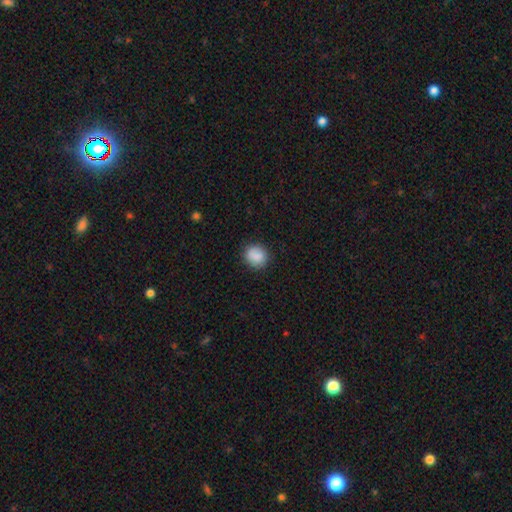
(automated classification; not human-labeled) smooth 88%, star or artifact 8%, featured or disk 4%. Down the decision tree: how rounded — round (79%); merging — none (86%).